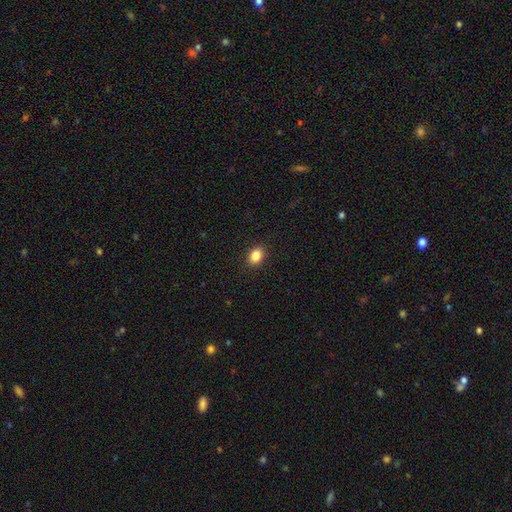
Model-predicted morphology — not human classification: smooth 86%, star or artifact 9%, featured or disk 5%. Down the decision tree: how rounded — in between (74%); merging — none (90%).